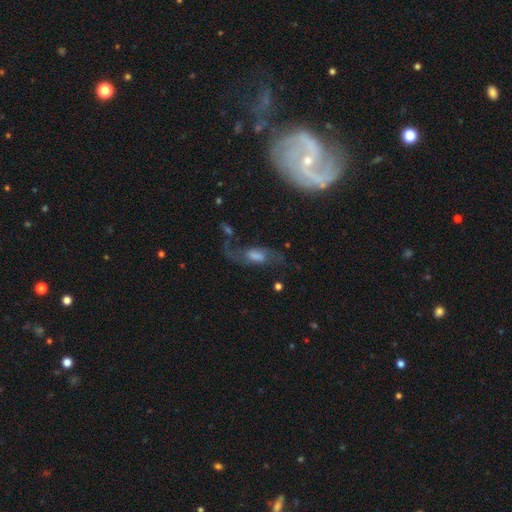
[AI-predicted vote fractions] Morphology: type=featured or disk (70%); edge-on=no (88%); bar=weak (45%); spiral arms=yes (89%); winding=loose (62%); arm count=2 (86%); bulge=moderate (37%); merging=none (56%).